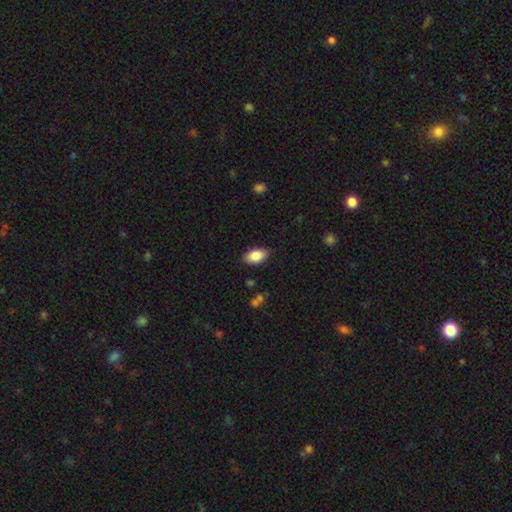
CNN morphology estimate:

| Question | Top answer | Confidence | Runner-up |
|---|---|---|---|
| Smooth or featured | smooth | 86% | featured or disk (7%) |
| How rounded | in between | 93% | round (4%) |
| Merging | none | 85% | minor disturbance (11%) |